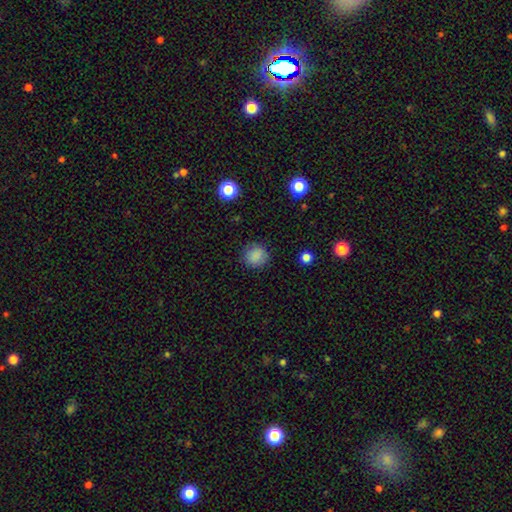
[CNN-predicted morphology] Smooth or featured? smooth (85%)
How rounded? round (85%)
Merging? none (84%)